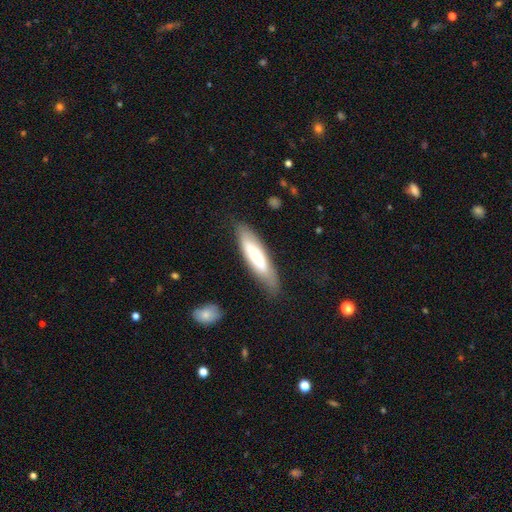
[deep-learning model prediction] smooth_or_featured: smooth (p=0.55) [alt: featured or disk p=0.39]
how_rounded: cigar-shaped (p=0.65) [alt: in between p=0.34]
merging: none (p=0.76) [alt: minor disturbance p=0.18]